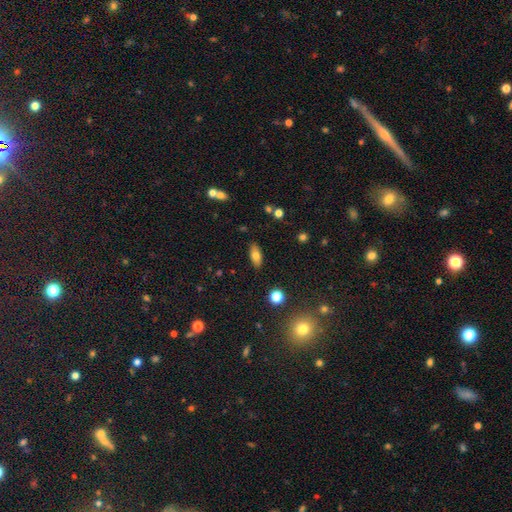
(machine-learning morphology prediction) Overall: smooth (75%). How rounded: in between (84%). Merging: none (87%).